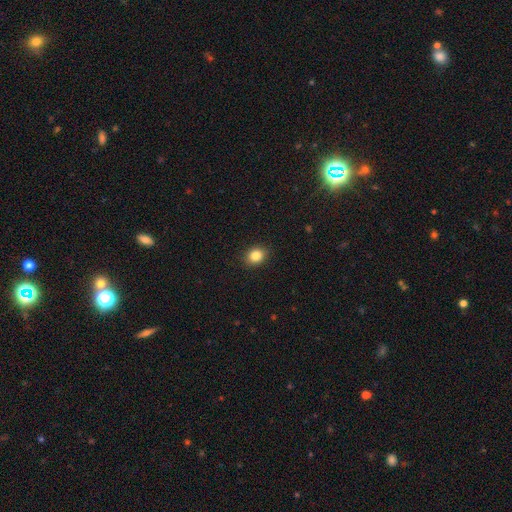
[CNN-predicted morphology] Q: Smooth or featured?
A: smooth (84%); runner-up: star or artifact (10%)
Q: How rounded?
A: round (56%); runner-up: in between (43%)
Q: Merging?
A: none (90%); runner-up: minor disturbance (8%)